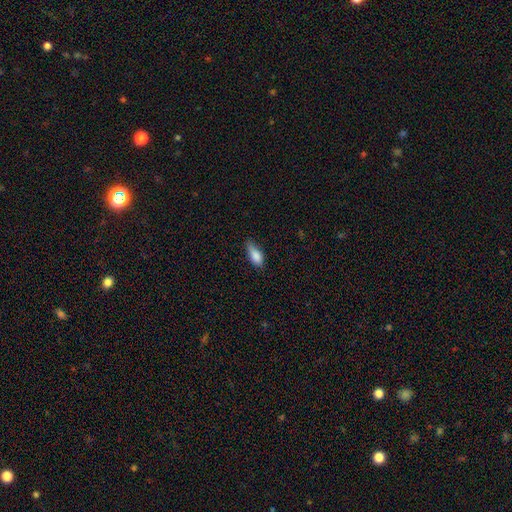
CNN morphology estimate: Smooth or featured? Predicted: smooth (p=0.83). How rounded? Predicted: in between (p=0.80). Merging? Predicted: none (p=0.50).